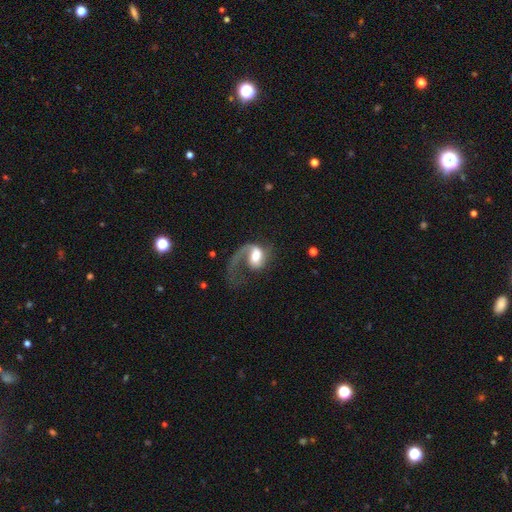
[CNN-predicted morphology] The model was most divided on "bulge size": large: 39%, moderate: 38%, small: 9%, dominant: 9%, none: 4%. Remaining: edge-on disk — no (96%); spiral arms — yes (90%); spiral arm count — 1 (80%); smooth or featured — featured or disk (69%); spiral winding — loose (62%); merging — major disturbance (54%); bar — no (46%).